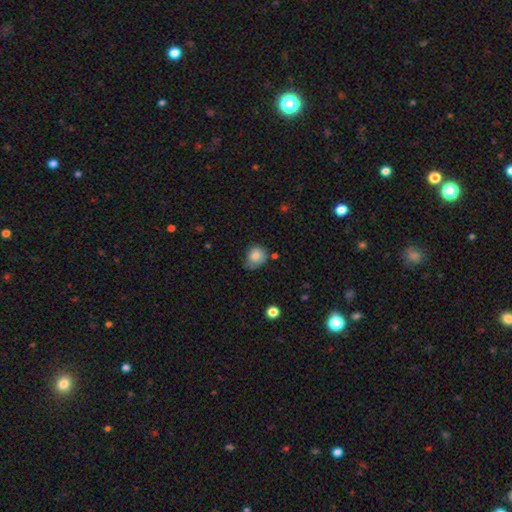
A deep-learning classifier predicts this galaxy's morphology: Smooth or featured?
  - smooth: 80% *
  - featured or disk: 11%
  - star or artifact: 9%
How rounded?
  - round: 64% *
  - in between: 35%
  - cigar-shaped: 1%
Merging?
  - none: 49% *
  - minor disturbance: 39%
  - major disturbance: 8%
  - merger: 4%